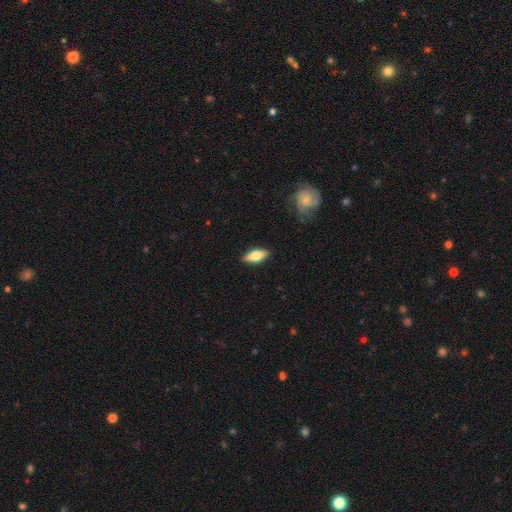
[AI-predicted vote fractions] This is possibly a smooth galaxy (59%). How rounded: likely in between (74%). Merging: clearly none (87%).